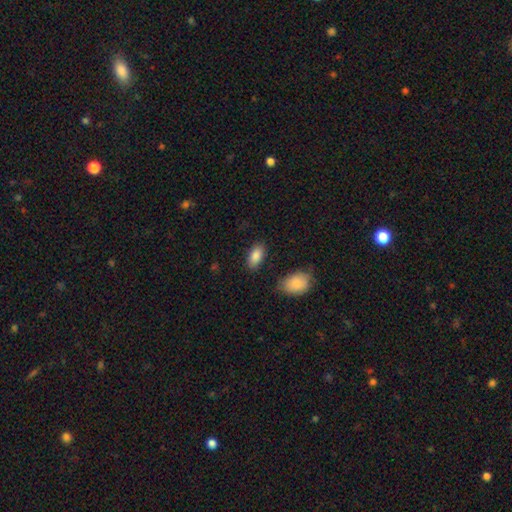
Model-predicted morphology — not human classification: type=smooth (87%); roundness=in between (93%); merging=none (84%).